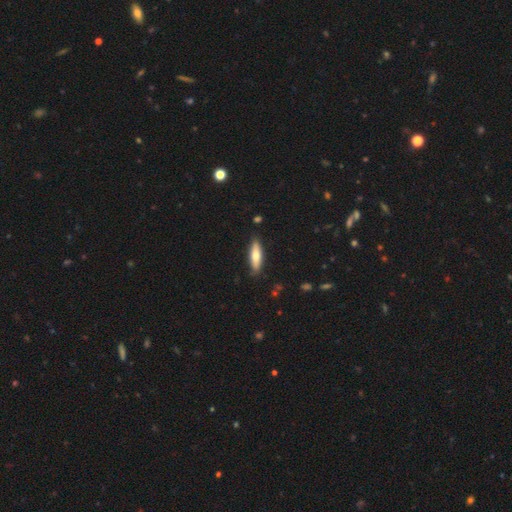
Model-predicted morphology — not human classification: This is likely a smooth galaxy (69%). How rounded: likely cigar-shaped (62%). Merging: clearly none (85%).